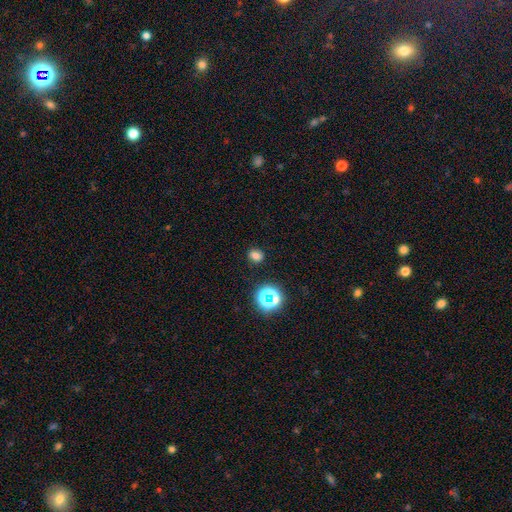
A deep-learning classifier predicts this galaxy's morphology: A smooth galaxy with no disk features (72%) that is round (52%). Merging: none (83%).